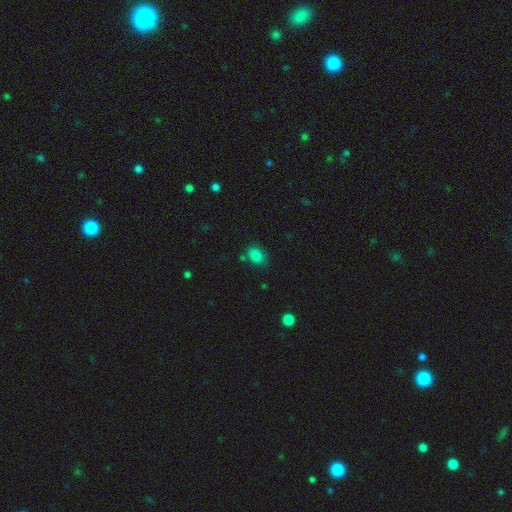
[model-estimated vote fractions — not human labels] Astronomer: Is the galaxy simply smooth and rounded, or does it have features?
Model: smooth — 83%.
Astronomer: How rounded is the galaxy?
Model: in between — 76%.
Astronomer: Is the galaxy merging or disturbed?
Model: none — 76%.